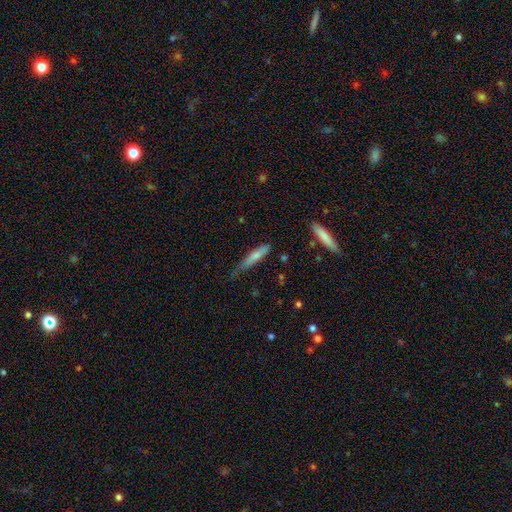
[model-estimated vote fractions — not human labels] A smooth galaxy with no disk features (72%) that is cigar-shaped (86%).

Vote fractions:
- Smooth or featured? smooth: 72% / featured or disk: 22% / star or artifact: 6%
- How rounded? cigar-shaped: 86% / in between: 12% / round: 2%
- Merging? none: 48% / minor disturbance: 38% / major disturbance: 11% / merger: 3%